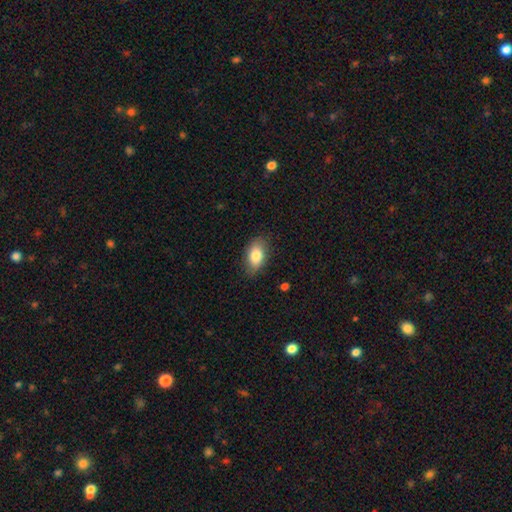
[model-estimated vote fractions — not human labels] Smooth or featured? Predicted: smooth (p=0.82). How rounded? Predicted: in between (p=0.90). Merging? Predicted: none (p=0.81).